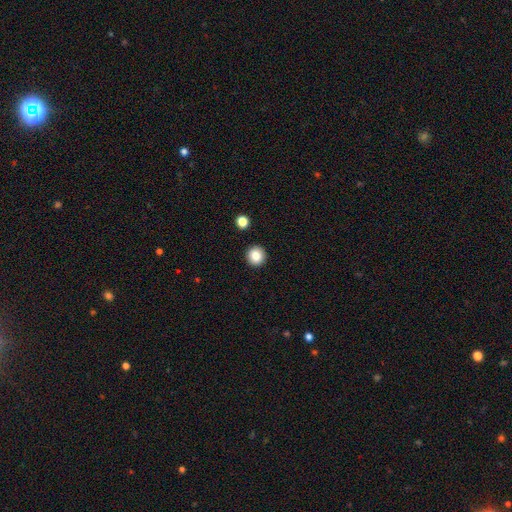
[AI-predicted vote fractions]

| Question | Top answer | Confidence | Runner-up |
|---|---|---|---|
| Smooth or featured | smooth | 85% | star or artifact (10%) |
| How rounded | round | 95% | in between (4%) |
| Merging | none | 92% | minor disturbance (4%) |